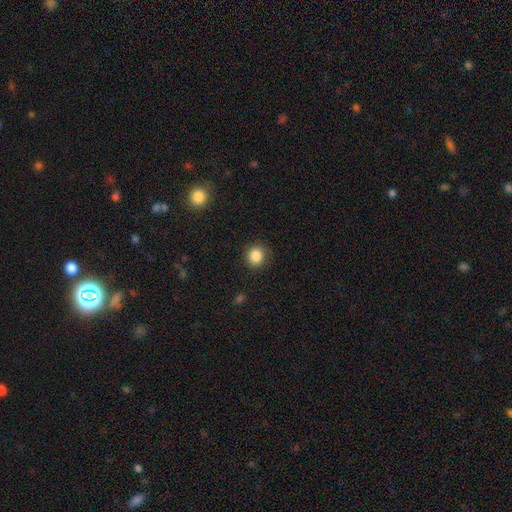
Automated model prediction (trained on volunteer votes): Smooth or featured: smooth — 86% (star or artifact — 10%)
How rounded: round — 83% (in between — 16%)
Merging: none — 87% (minor disturbance — 9%)